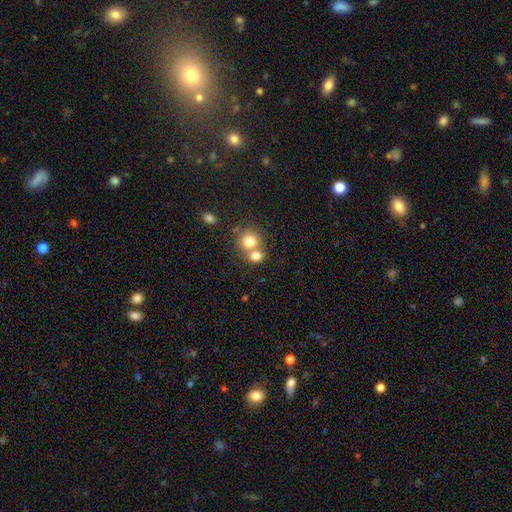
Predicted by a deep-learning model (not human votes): Overall: smooth (77%). How rounded: round (79%). Merging: merger (53%; none 39%).